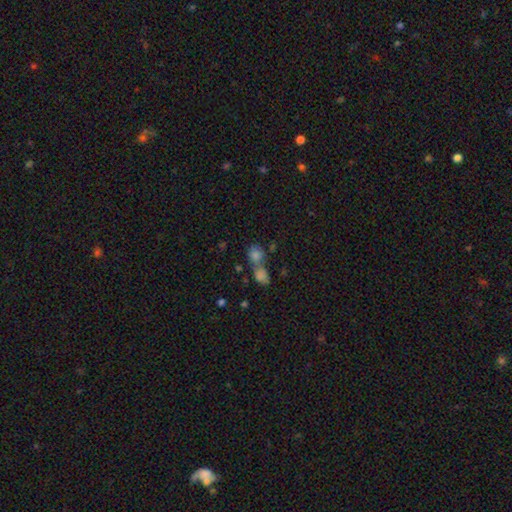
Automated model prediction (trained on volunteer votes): This is likely a smooth galaxy (67%). How rounded: likely round (62%). Merging: possibly merger (48%).